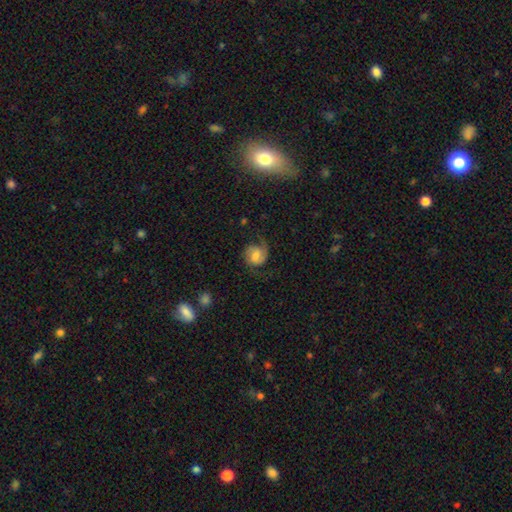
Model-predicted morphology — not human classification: Smooth or featured? featured or disk (67%)
Edge-on disk? no (98%)
Bar? no (52%)
Spiral arms? yes (94%)
Spiral winding? medium (45%)
Spiral arm count? 2 (81%)
Bulge size? moderate (51%)
Merging? none (68%)